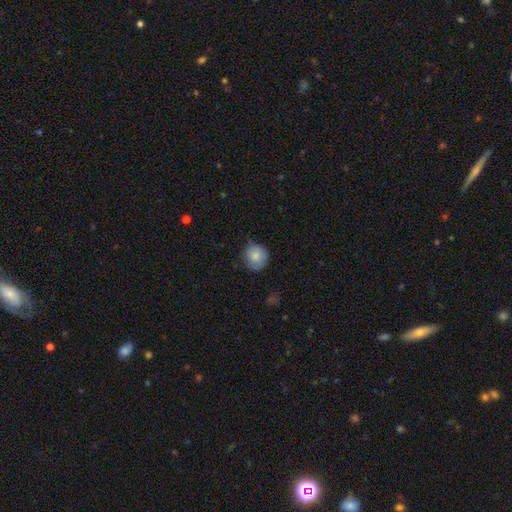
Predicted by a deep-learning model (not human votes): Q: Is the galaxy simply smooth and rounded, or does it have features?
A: smooth — 83%.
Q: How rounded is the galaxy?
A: round — 89%.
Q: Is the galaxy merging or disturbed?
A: none — 72%.